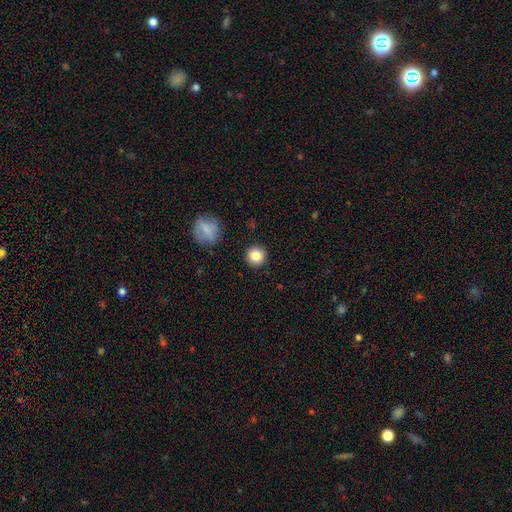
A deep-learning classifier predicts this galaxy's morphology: Q: Smooth or featured?
A: smooth (84%); runner-up: star or artifact (10%)
Q: How rounded?
A: round (94%); runner-up: in between (5%)
Q: Merging?
A: none (91%); runner-up: minor disturbance (6%)